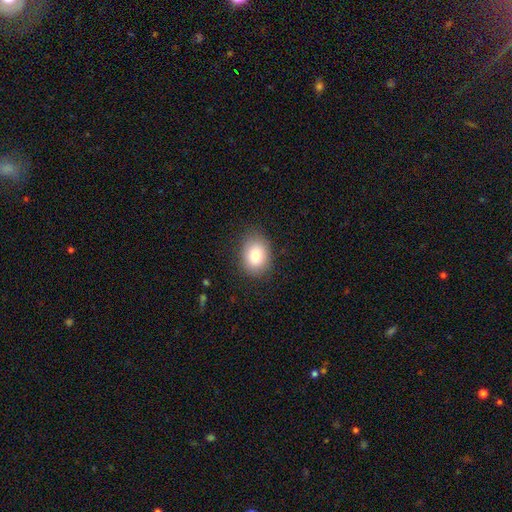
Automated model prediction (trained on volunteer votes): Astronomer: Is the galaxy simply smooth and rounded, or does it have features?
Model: smooth — 81%.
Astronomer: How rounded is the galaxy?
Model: in between — 61% (runner-up: round, 38%).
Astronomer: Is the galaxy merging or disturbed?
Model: none — 83%.